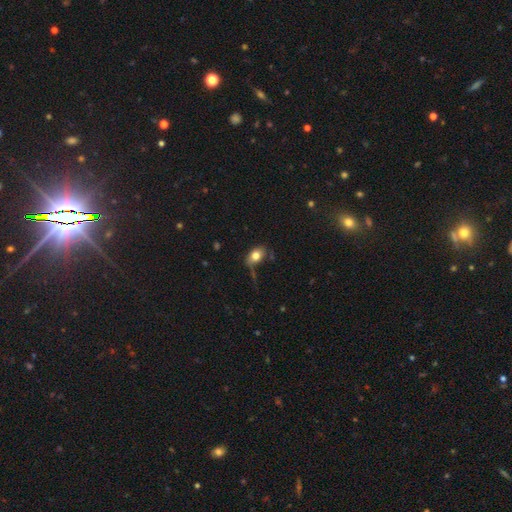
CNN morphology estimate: The model was most divided on "merging": none: 53%, minor disturbance: 26%, major disturbance: 15%, merger: 6%. More confident: how rounded — in between (79%); smooth or featured — smooth (78%).